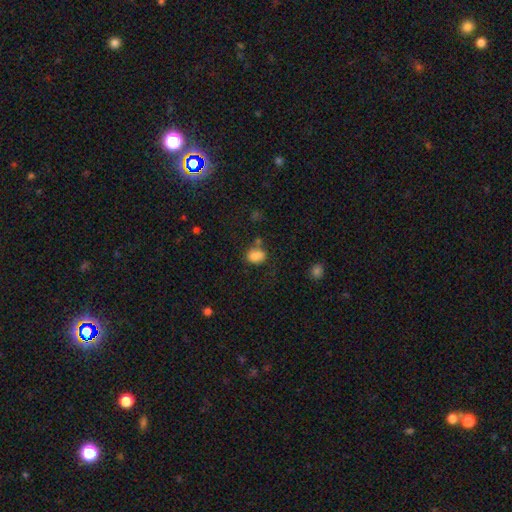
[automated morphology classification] This appears to be a smooth galaxy with no disk features (82%) that is in between round and cigar-shaped (64%). Merging: none (60%).